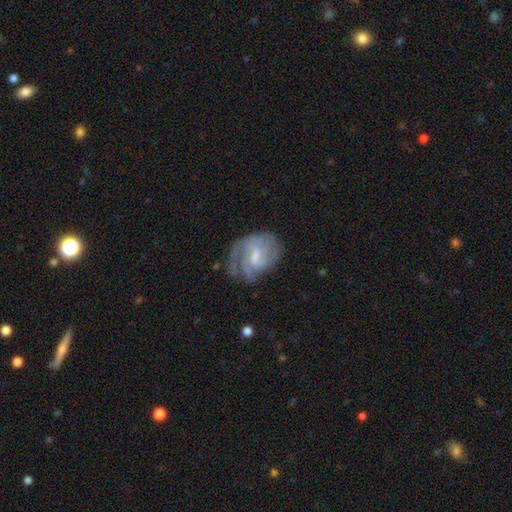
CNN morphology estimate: smooth-or-featured: featured or disk: 77% | smooth: 17% | star or artifact: 6%
  disk-edge-on: no: 98% | yes: 2%
    bar: weak: 60% | no: 26% | strong: 14%
    has-spiral-arms: yes: 90% | no: 10%
      spiral-winding: tight: 44% | medium: 41% | loose: 15%
      spiral-arm-count: can't tell: 34% | 2: 27% | 3: 20% | 1: 8% | 4: 6% | more than 4: 4%
    bulge-size: small: 42% | moderate: 39% | none: 15% | large: 4% | dominant: 1%
  merging: none: 51% | minor disturbance: 26% | major disturbance: 21% | merger: 2%